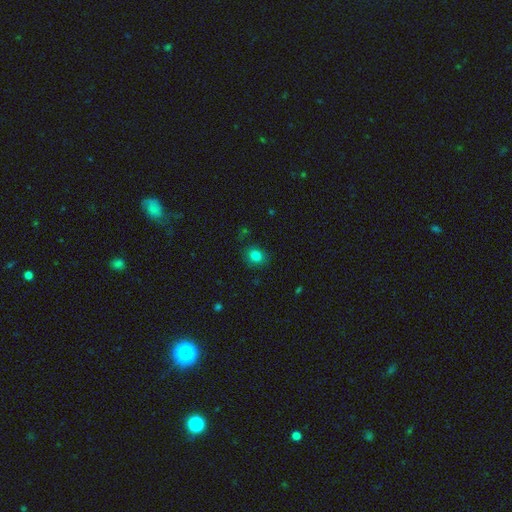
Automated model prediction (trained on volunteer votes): Morphology: type=smooth (80%); roundness=round (72%); merging=none (85%).